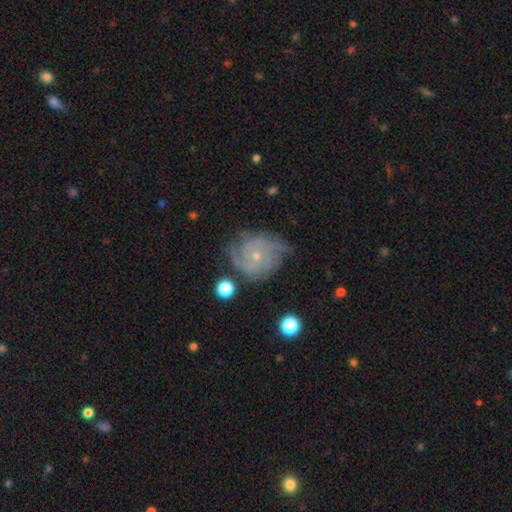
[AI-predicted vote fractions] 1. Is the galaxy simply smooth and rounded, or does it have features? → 82% featured or disk, 12% smooth, 7% star or artifact.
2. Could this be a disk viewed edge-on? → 98% no, 2% yes.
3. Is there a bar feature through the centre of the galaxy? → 81% no, 16% weak, 3% strong.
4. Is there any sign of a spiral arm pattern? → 94% yes, 6% no.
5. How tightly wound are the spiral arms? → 61% tight, 31% medium, 9% loose.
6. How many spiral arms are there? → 28% can't tell, 26% 2, 26% 3, 9% 4, 6% 1, 6% more than 4.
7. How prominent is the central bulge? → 73% small, 24% moderate, 1% none, 1% large, 1% dominant.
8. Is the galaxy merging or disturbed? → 65% none, 23% minor disturbance, 10% major disturbance, 2% merger.